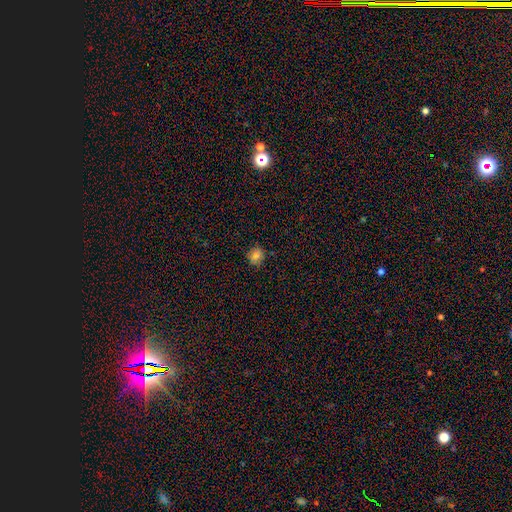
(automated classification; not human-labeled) Morphology: type=smooth (80%); roundness=round (80%); merging=none (84%).